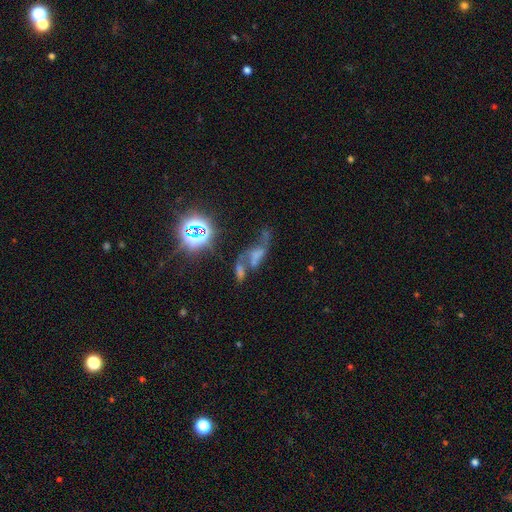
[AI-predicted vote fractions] Smooth or featured: featured or disk — 36% (smooth — 35%)
Merging: merger — 45% (major disturbance — 22%)